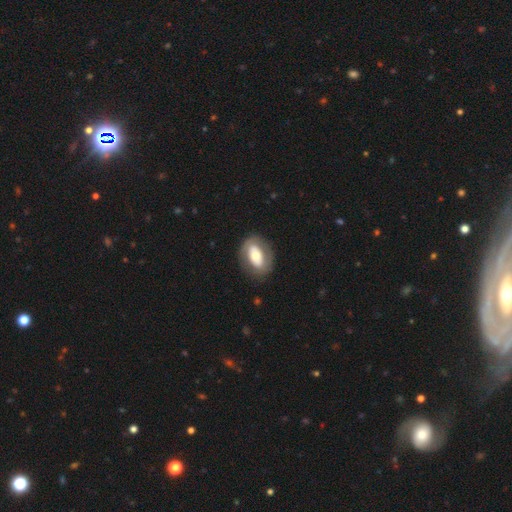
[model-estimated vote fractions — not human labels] Smooth or featured?
  - smooth: 51% *
  - featured or disk: 43%
  - star or artifact: 6%
How rounded?
  - in between: 85% *
  - round: 13%
  - cigar-shaped: 2%
Merging?
  - none: 79% *
  - minor disturbance: 13%
  - major disturbance: 6%
  - merger: 1%